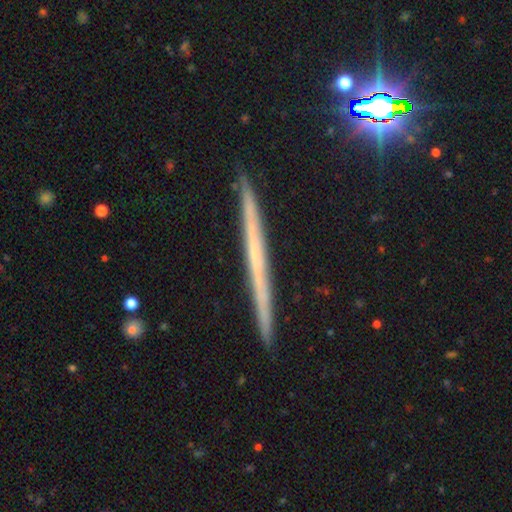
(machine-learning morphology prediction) A featured or disk galaxy (58%) viewed edge-on (97%) with no central bulge (90%).

Vote fractions:
- Smooth or featured? featured or disk: 58% / smooth: 31% / star or artifact: 11%
- Edge-on disk? yes: 97% / no: 3%
- Edge-on bulge? none: 90% / rounded: 7% / boxy: 3%
- Merging? none: 91% / minor disturbance: 7% / major disturbance: 1% / merger: 1%